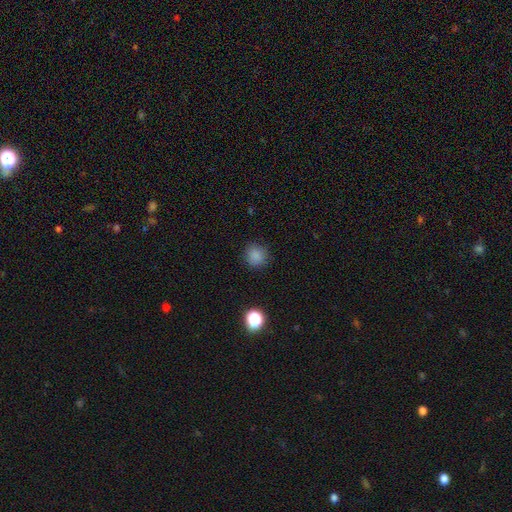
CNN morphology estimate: This is clearly a smooth galaxy (84%). How rounded: clearly round (92%). Merging: clearly none (88%).